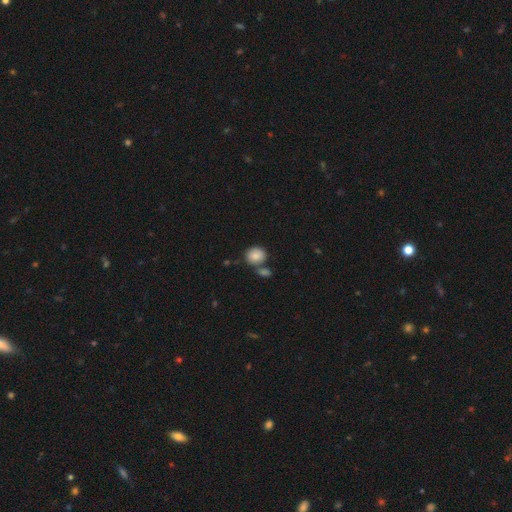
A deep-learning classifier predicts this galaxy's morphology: Smooth or featured? Predicted: smooth (p=0.85). How rounded? Predicted: round (p=0.74). Merging? Predicted: none (p=0.59).